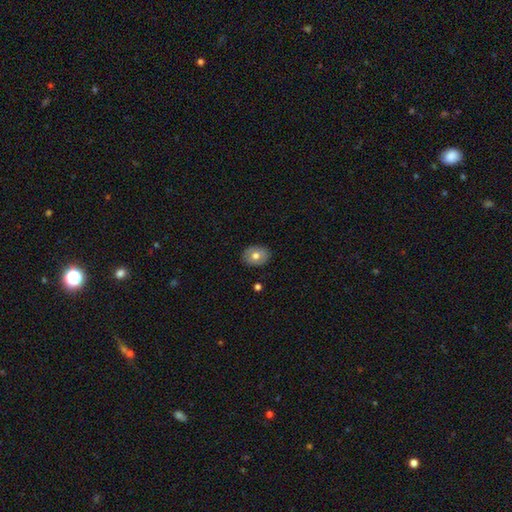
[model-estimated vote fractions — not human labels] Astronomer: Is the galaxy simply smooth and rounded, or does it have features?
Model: smooth — 69%.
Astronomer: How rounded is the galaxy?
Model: in between — 59% (runner-up: round, 40%).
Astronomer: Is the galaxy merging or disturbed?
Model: none — 88%.